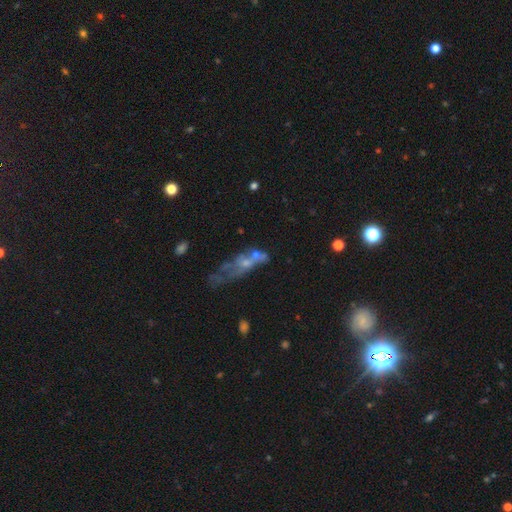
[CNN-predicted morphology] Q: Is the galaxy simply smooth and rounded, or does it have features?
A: featured or disk — 36%, tied with star or artifact.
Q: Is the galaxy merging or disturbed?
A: none — 47%.